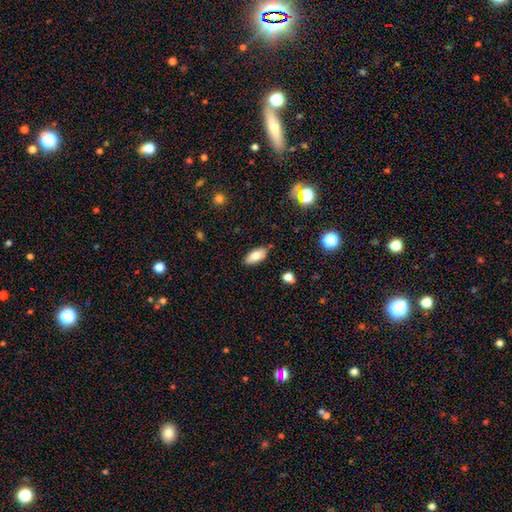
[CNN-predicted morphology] smooth 79%, featured or disk 13%, star or artifact 8%. Down the decision tree: how rounded — in between (88%); merging — none (83%).